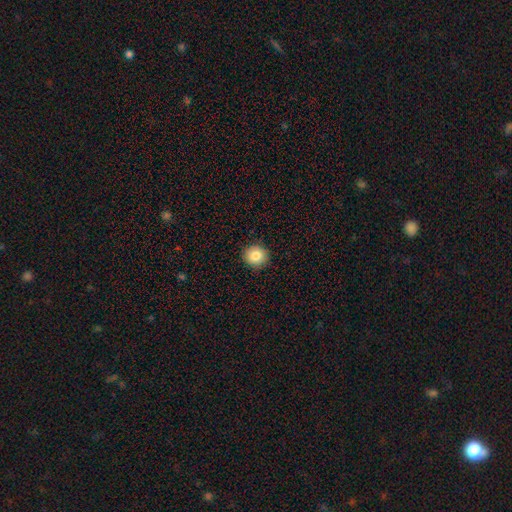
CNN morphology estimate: type=smooth (84%); roundness=round (89%); merging=none (92%).